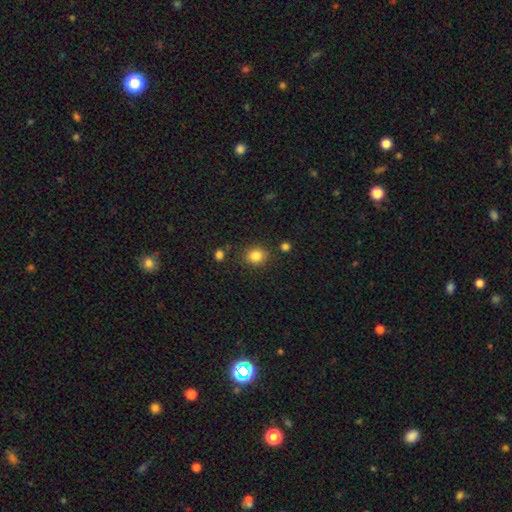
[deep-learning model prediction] A smooth galaxy with no disk features (84%) that is round (72%). Merging: none (83%).